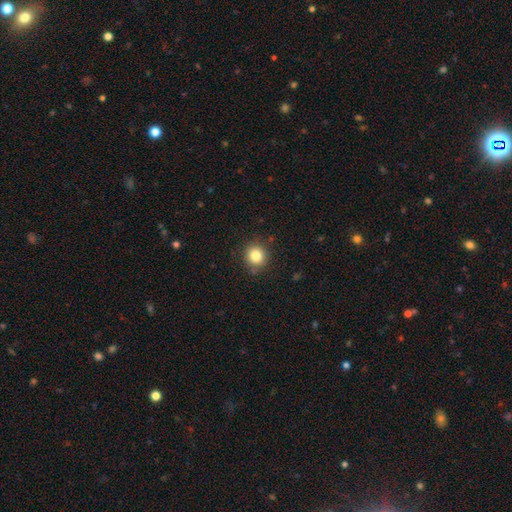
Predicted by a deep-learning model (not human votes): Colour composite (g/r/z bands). It shows a smooth galaxy with no disk features (83%) that is round (90%). Merging: none (87%).